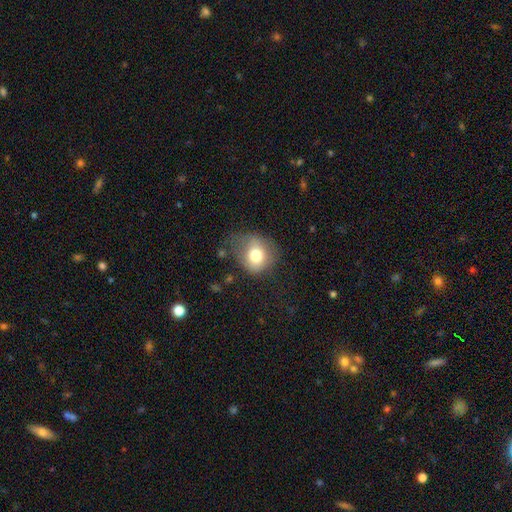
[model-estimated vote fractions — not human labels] A smooth galaxy with no disk features (74%) that is round (66%).

Vote fractions:
- Smooth or featured? smooth: 74% / featured or disk: 16% / star or artifact: 10%
- How rounded? round: 66% / in between: 33% / cigar-shaped: 1%
- Merging? none: 42% / minor disturbance: 32% / major disturbance: 23% / merger: 3%